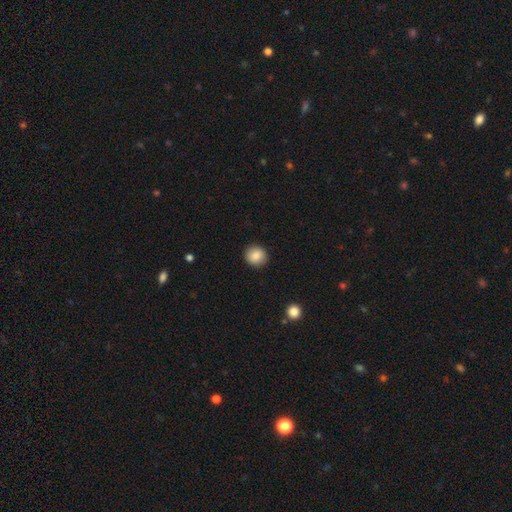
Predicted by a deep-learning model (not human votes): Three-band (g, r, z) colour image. It shows a smooth galaxy with no disk features (87%) that is round (90%). Merging: none (91%).